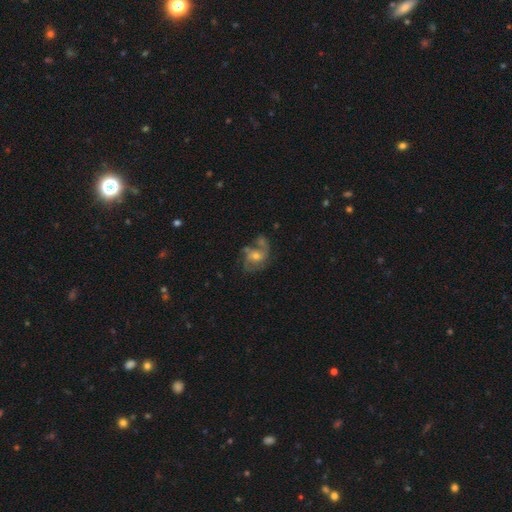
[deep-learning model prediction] Smooth or featured: featured or disk — 74% (smooth — 16%)
Edge-on disk: no — 97% (yes — 3%)
Bar: no — 66% (weak — 28%)
Spiral arms: yes — 88% (no — 12%)
Spiral winding: medium — 48% (loose — 28%)
Spiral arm count: 3 — 32% (2 — 30%)
Bulge size: moderate — 54% (small — 39%)
Merging: none — 53% (minor disturbance — 19%)